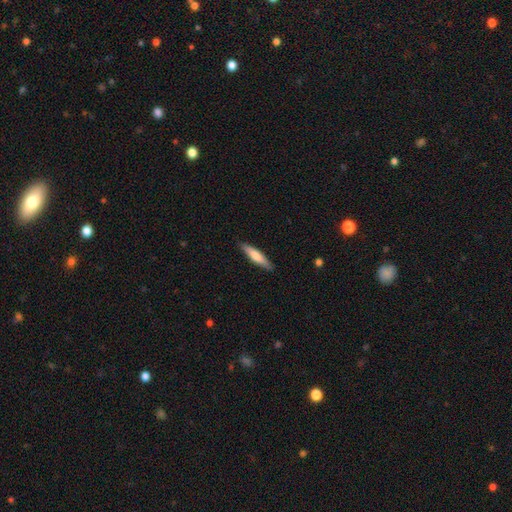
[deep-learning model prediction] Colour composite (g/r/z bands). It shows a smooth galaxy with no disk features (68%) that is cigar-shaped (82%). Merging: none (89%).